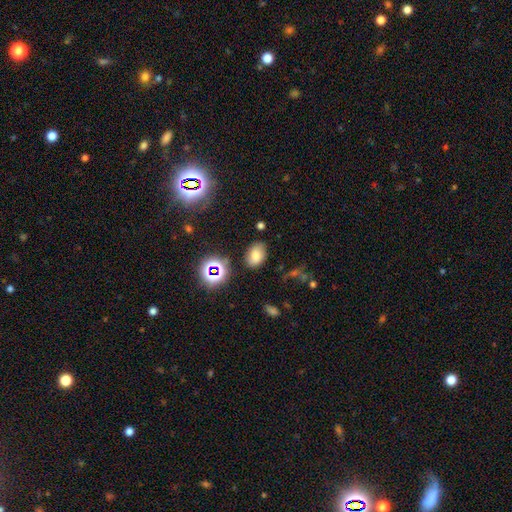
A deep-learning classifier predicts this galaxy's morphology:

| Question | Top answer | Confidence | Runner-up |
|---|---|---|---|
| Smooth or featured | smooth | 68% | star or artifact (18%) |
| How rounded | in between | 80% | round (19%) |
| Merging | none | 80% | minor disturbance (14%) |